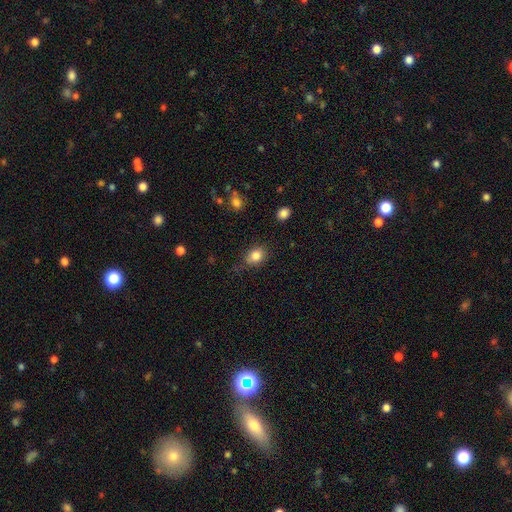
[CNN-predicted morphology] smooth 84%, star or artifact 10%, featured or disk 7%. Down the decision tree: how rounded — in between (53%); merging — none (73%).